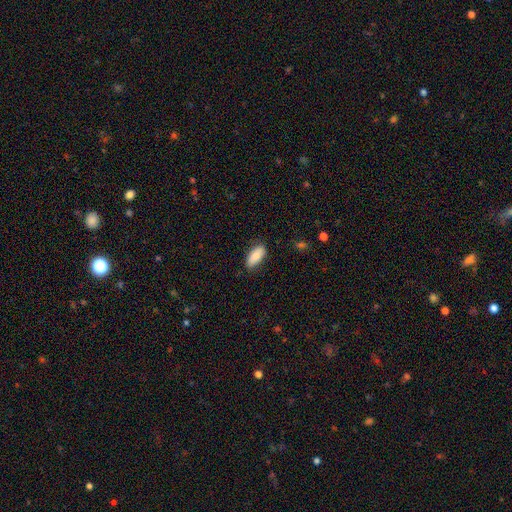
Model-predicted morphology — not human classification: Smooth or featured: smooth — 84% (featured or disk — 9%)
How rounded: in between — 87% (cigar-shaped — 11%)
Merging: none — 82% (minor disturbance — 14%)